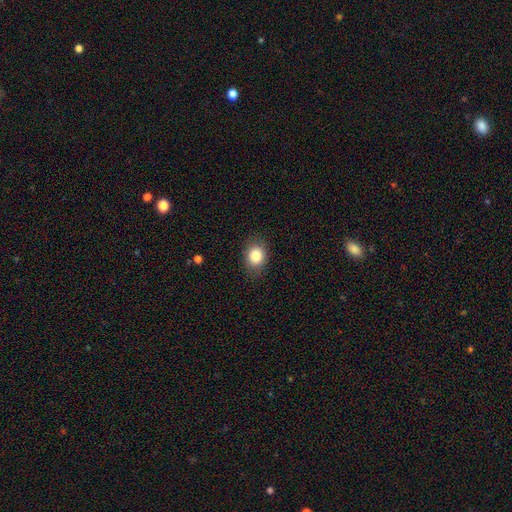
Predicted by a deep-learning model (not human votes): Q: Smooth or featured?
A: smooth (84%); runner-up: star or artifact (9%)
Q: How rounded?
A: in between (50%); runner-up: round (49%)
Q: Merging?
A: none (84%); runner-up: minor disturbance (12%)